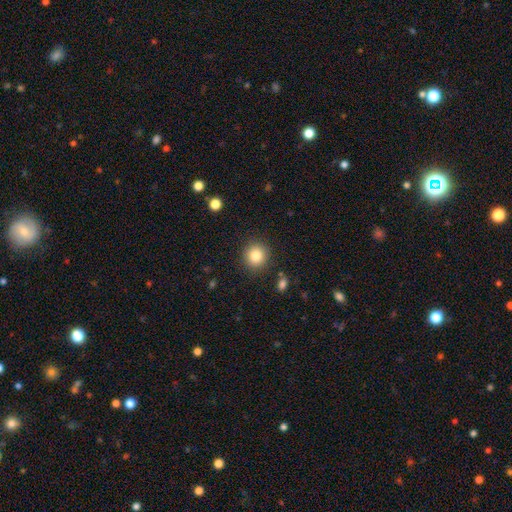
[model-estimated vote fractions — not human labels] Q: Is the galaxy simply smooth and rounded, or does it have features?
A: smooth — 83%.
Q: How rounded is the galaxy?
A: round — 91%.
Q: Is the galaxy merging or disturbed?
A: none — 89%.